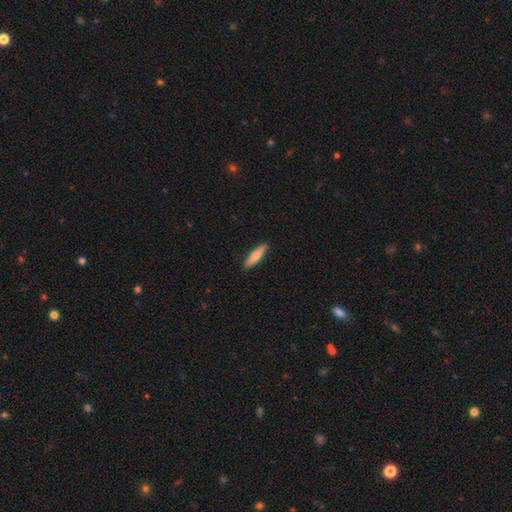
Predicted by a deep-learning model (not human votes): Smooth or featured? Predicted: smooth (p=0.74). How rounded? Predicted: cigar-shaped (p=0.76). Merging? Predicted: none (p=0.90).